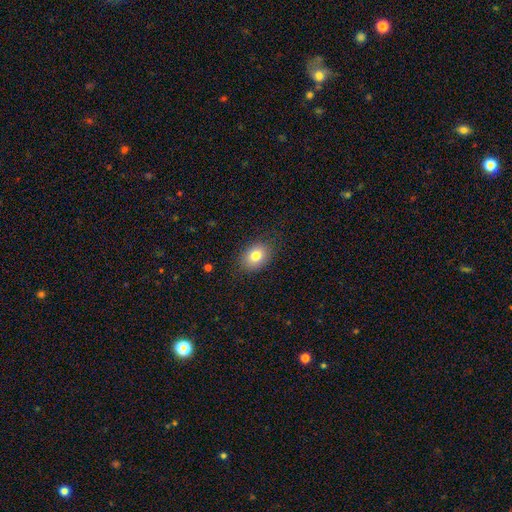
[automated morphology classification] Smooth or featured? Predicted: smooth (p=0.80). How rounded? Predicted: in between (p=0.68). Merging? Predicted: none (p=0.84).